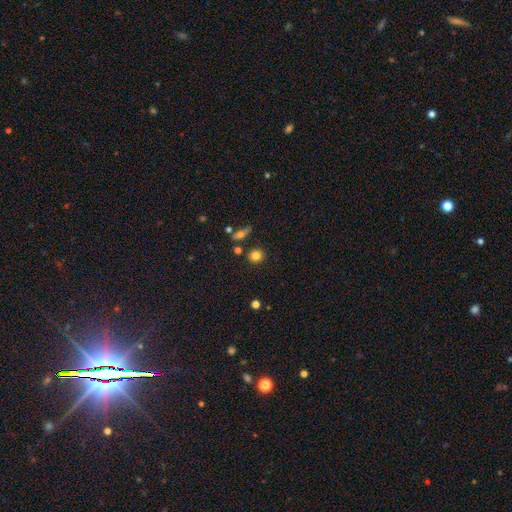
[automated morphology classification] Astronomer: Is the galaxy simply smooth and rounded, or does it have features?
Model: smooth — 81%.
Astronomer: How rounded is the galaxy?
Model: round — 84%.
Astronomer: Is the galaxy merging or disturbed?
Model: none — 82%.